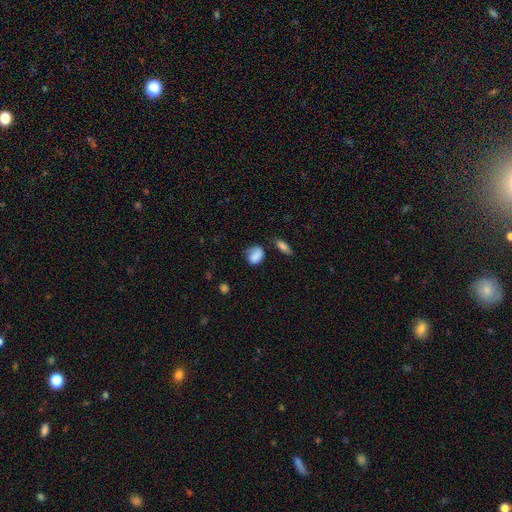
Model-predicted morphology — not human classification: Overall: smooth (81%). How rounded: in between (62%; round 36%). Merging: none (51%; minor disturbance 30%).